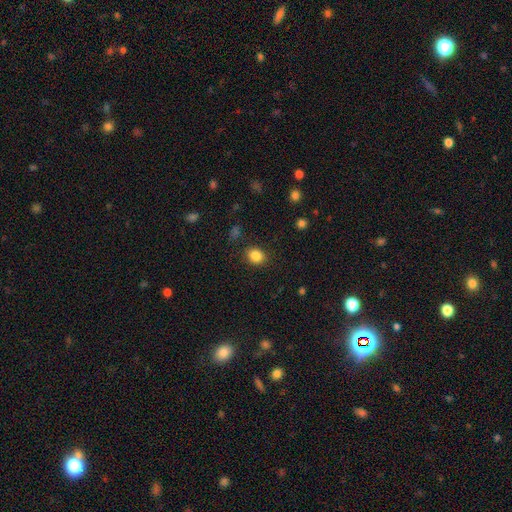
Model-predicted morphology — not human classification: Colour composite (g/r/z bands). It shows a smooth galaxy with no disk features (85%) that is round (54%). Merging: none (87%).